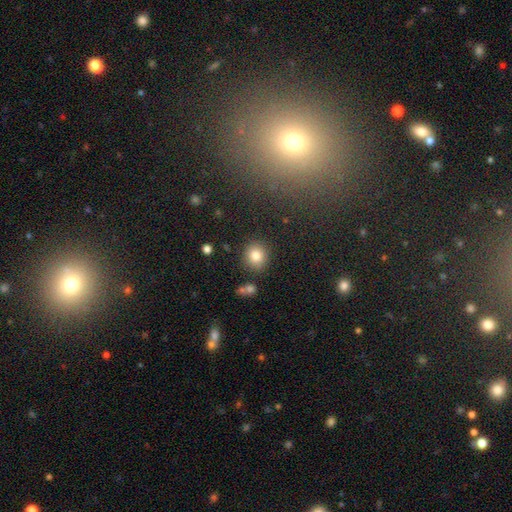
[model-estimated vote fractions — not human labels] Smooth or featured? smooth (82%)
How rounded? round (85%)
Merging? none (85%)